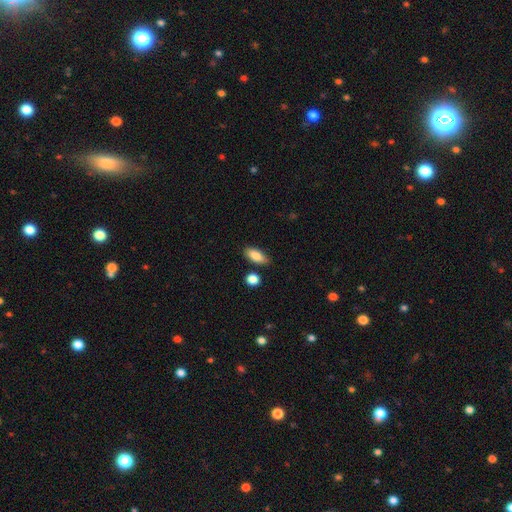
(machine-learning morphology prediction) Smooth or featured?
  - smooth: 85% *
  - featured or disk: 8%
  - star or artifact: 7%
How rounded?
  - in between: 85% *
  - cigar-shaped: 11%
  - round: 4%
Merging?
  - none: 80% *
  - minor disturbance: 13%
  - merger: 5%
  - major disturbance: 3%